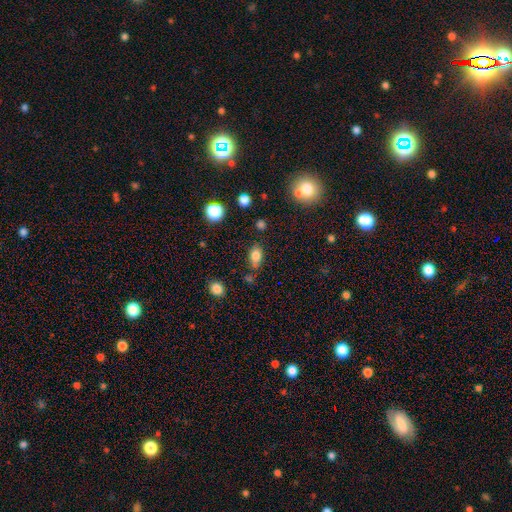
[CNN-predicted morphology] This is clearly a smooth galaxy (81%). How rounded: clearly in between (85%). Merging: likely none (72%).